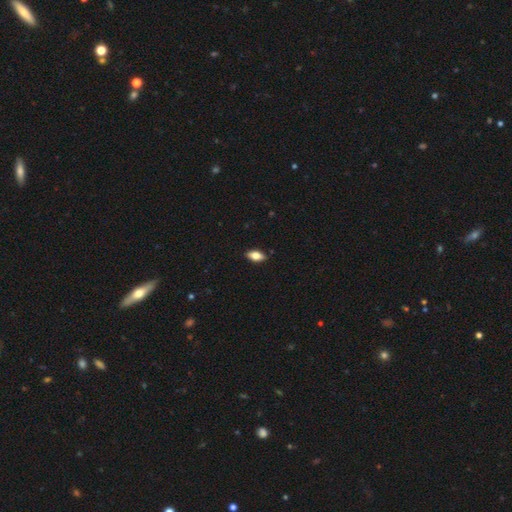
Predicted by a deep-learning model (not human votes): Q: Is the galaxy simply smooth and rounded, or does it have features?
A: smooth — 69%.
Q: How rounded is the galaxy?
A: in between — 85%.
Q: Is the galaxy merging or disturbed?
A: none — 88%.